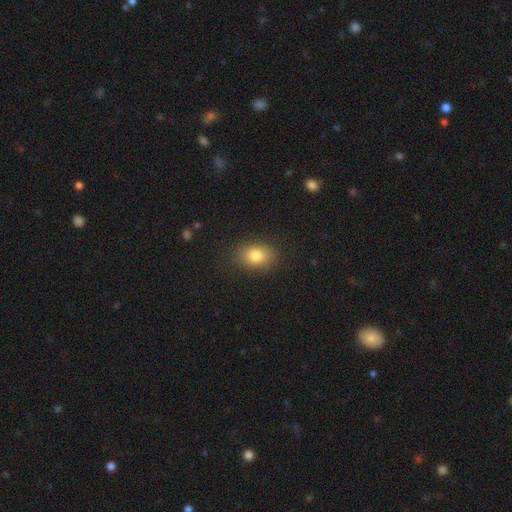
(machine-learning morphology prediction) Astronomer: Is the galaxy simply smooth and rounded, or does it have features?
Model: smooth — 83%.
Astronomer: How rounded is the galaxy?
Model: in between — 66%.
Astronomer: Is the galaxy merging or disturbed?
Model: none — 84%.